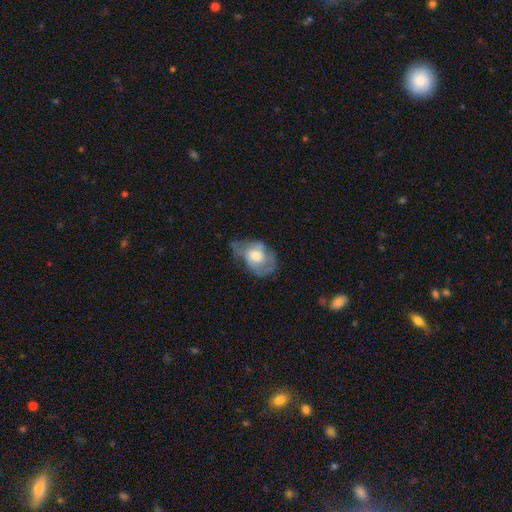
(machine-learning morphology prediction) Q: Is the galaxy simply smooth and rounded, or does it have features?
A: featured or disk — 52%.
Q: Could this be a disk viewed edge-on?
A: no — 95%.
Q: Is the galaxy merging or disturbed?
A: minor disturbance — 36%.